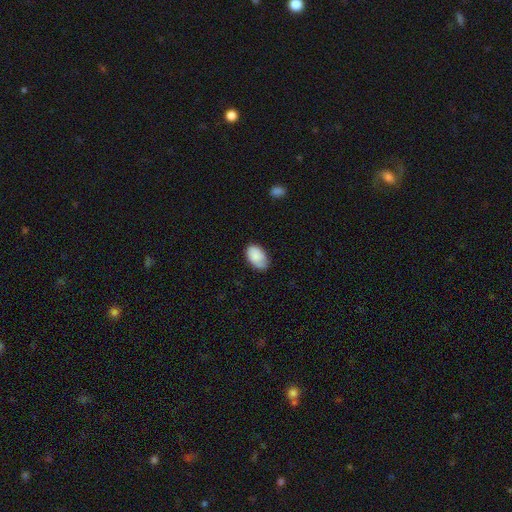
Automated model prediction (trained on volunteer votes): This is clearly a smooth galaxy (85%). How rounded: clearly in between (92%). Merging: likely none (70%).